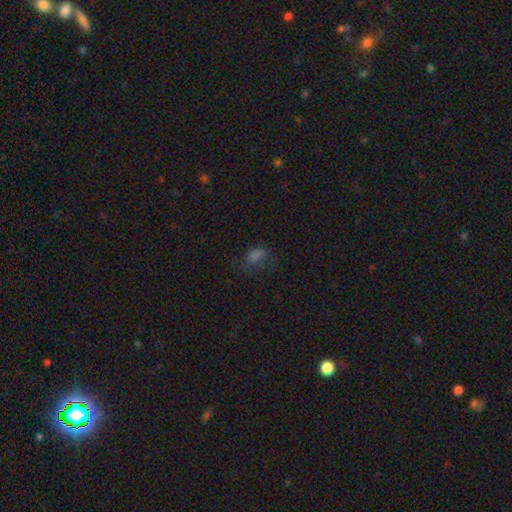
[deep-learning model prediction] Smooth or featured? Predicted: smooth (p=0.60). How rounded? Predicted: in between (p=0.79). Merging? Predicted: none (p=0.55).